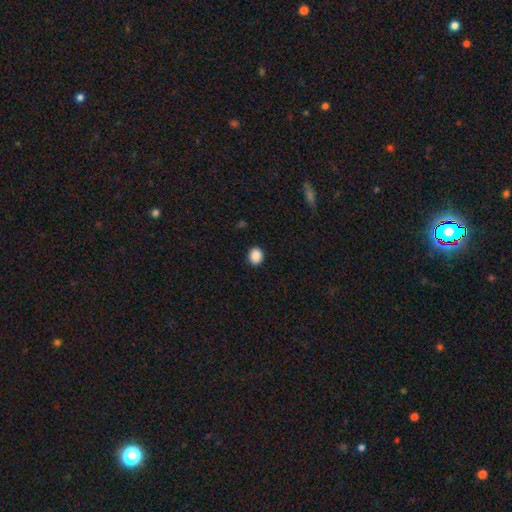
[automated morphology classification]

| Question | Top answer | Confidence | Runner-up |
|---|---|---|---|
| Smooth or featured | smooth | 88% | star or artifact (9%) |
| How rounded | round | 76% | in between (23%) |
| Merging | none | 91% | minor disturbance (6%) |